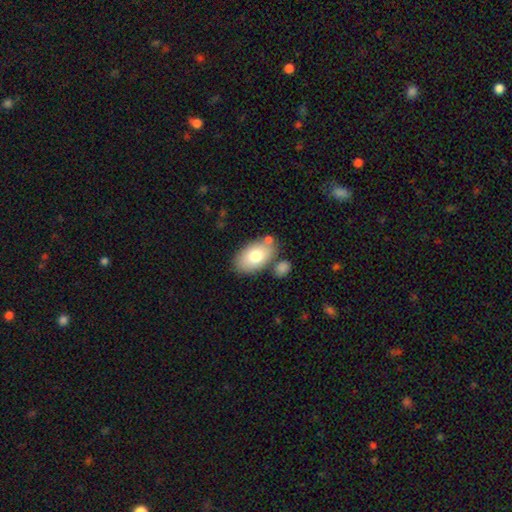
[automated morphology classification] A smooth galaxy with no disk features (75%) that is in between round and cigar-shaped (93%). Merging: none (71%).